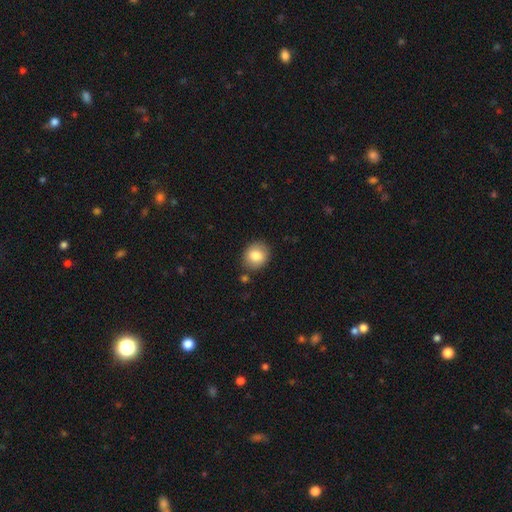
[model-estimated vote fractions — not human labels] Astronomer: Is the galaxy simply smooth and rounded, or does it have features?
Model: smooth — 81%.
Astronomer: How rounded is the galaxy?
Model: round — 69%.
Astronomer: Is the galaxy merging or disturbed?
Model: none — 85%.